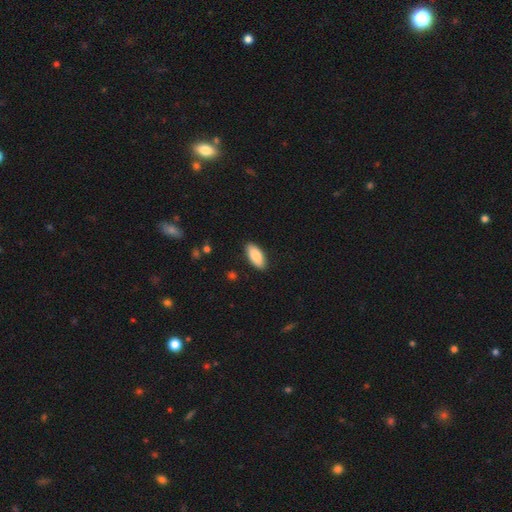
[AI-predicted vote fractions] Smooth or featured? smooth (85%)
How rounded? in between (87%)
Merging? none (89%)